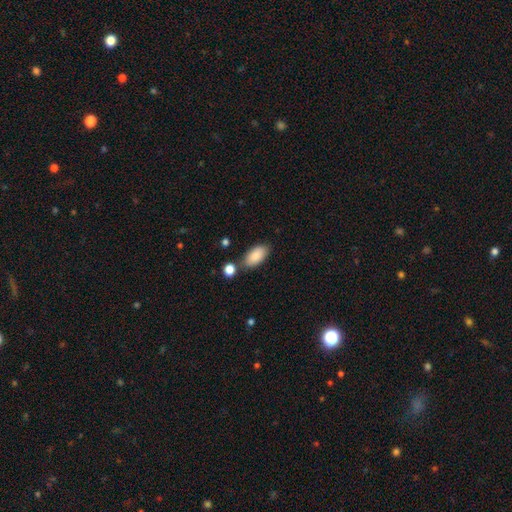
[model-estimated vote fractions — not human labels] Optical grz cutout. It shows a smooth galaxy with no disk features (86%) that is in between round and cigar-shaped (94%). Merging: none (75%).